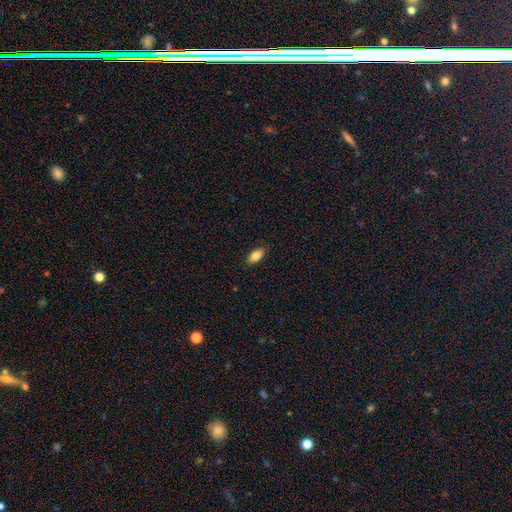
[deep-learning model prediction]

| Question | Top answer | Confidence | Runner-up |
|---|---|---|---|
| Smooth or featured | smooth | 82% | featured or disk (11%) |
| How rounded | in between | 89% | cigar-shaped (8%) |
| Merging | none | 87% | minor disturbance (10%) |